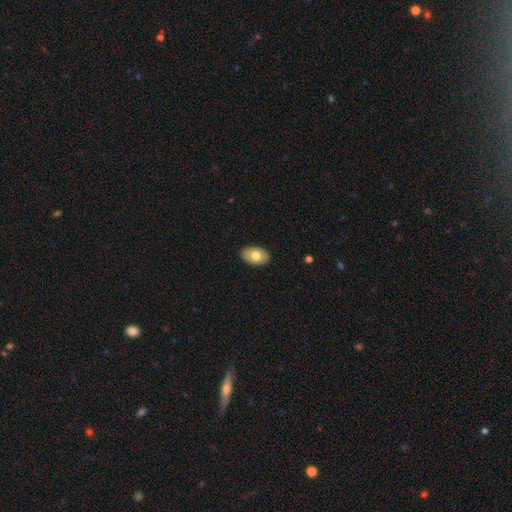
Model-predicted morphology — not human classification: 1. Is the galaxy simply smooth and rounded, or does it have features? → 72% smooth, 22% featured or disk, 6% star or artifact.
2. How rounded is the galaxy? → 90% in between, 8% round, 1% cigar-shaped.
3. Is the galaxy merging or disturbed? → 89% none, 9% minor disturbance, 2% major disturbance, 1% merger.